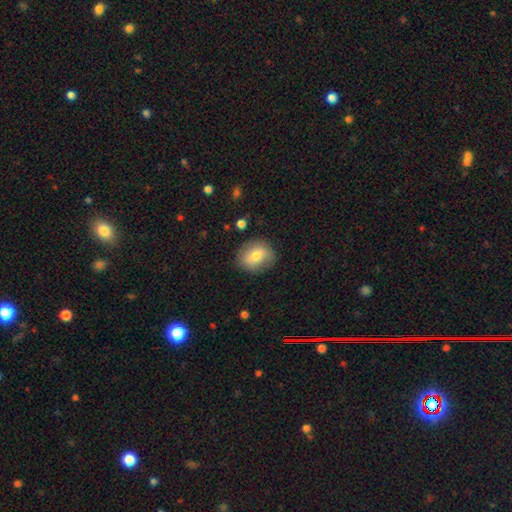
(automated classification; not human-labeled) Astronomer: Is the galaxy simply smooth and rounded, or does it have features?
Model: smooth — 71%.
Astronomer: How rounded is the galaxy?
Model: round — 60% (runner-up: in between, 39%).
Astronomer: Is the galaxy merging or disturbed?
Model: none — 82%.